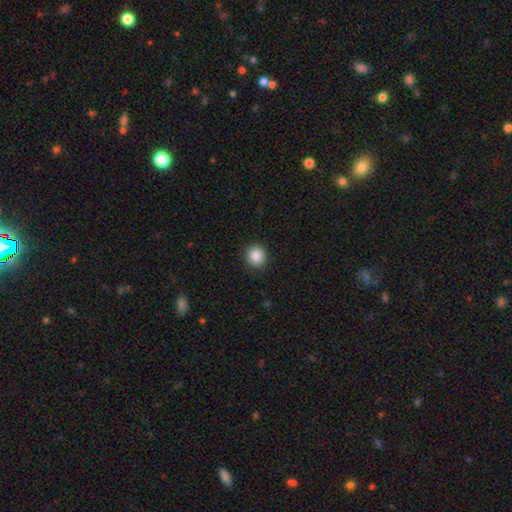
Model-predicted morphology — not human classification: Smooth or featured: smooth — 87% (star or artifact — 9%)
How rounded: round — 88% (in between — 11%)
Merging: none — 91% (minor disturbance — 6%)